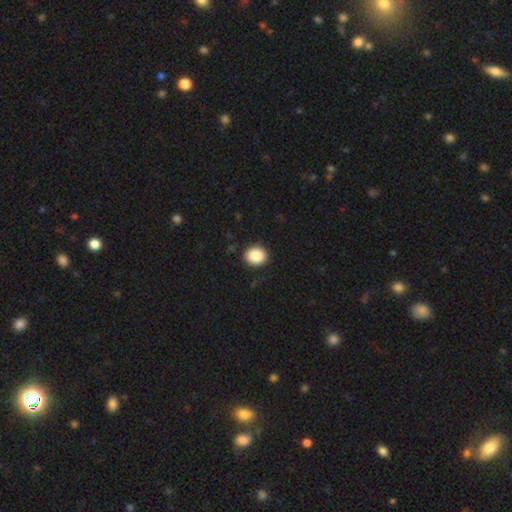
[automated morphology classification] This is clearly a smooth galaxy (87%). How rounded: likely round (76%). Merging: clearly none (90%).